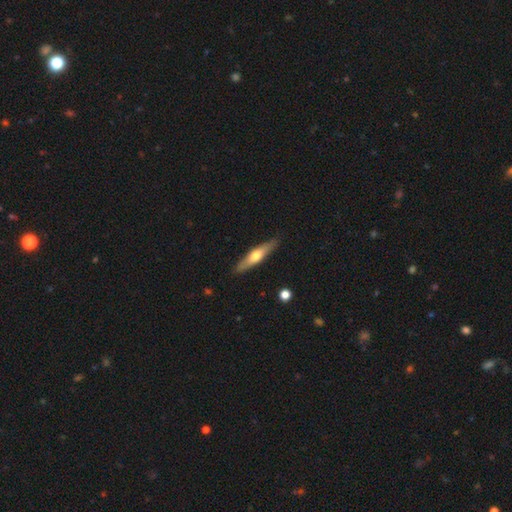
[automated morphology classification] Q: Smooth or featured?
A: featured or disk (51%); runner-up: smooth (44%)
Q: Edge-on disk?
A: yes (91%); runner-up: no (9%)
Q: Merging?
A: none (88%); runner-up: minor disturbance (9%)